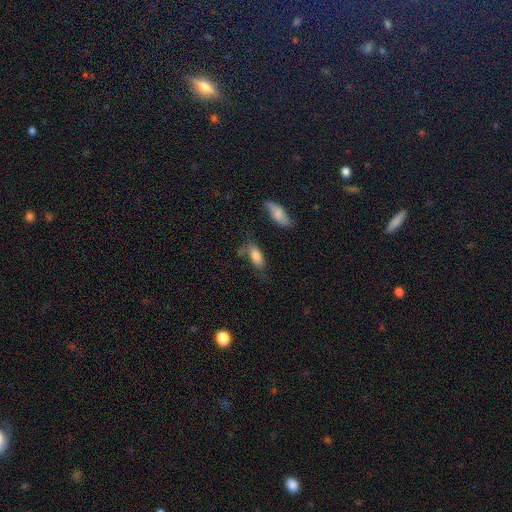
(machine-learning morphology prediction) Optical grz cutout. It shows a smooth galaxy with no disk features (77%) that is in between round and cigar-shaped (75%). Merging: none (58%).